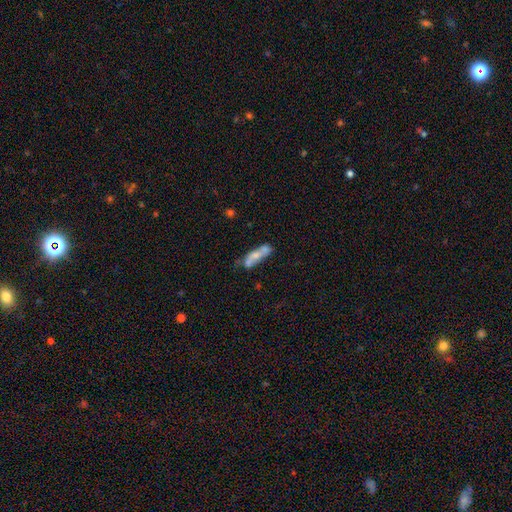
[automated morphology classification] A smooth galaxy with no disk features (55%) that is in between round and cigar-shaped (49%). Merging: none (38%).